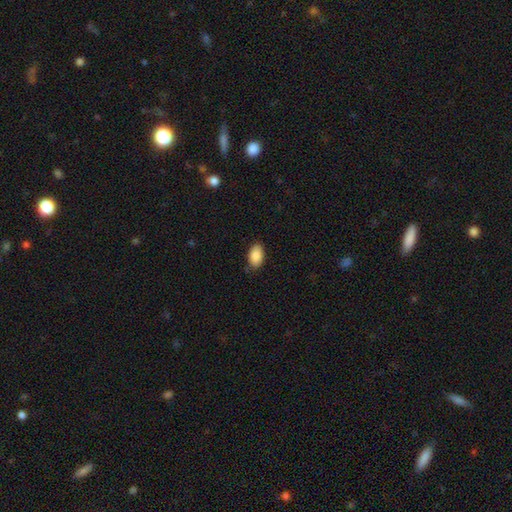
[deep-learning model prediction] A smooth galaxy with no disk features (90%) that is in between round and cigar-shaped (93%).

Vote fractions:
- Smooth or featured? smooth: 90% / star or artifact: 7% / featured or disk: 4%
- How rounded? in between: 93% / round: 6% / cigar-shaped: 1%
- Merging? none: 82% / minor disturbance: 14% / major disturbance: 3% / merger: 1%